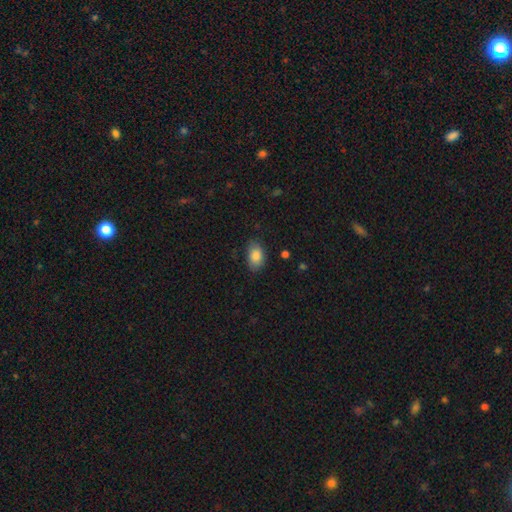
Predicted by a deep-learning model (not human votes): Smooth or featured: smooth — 85% (featured or disk — 8%)
How rounded: in between — 89% (round — 9%)
Merging: none — 80% (minor disturbance — 16%)